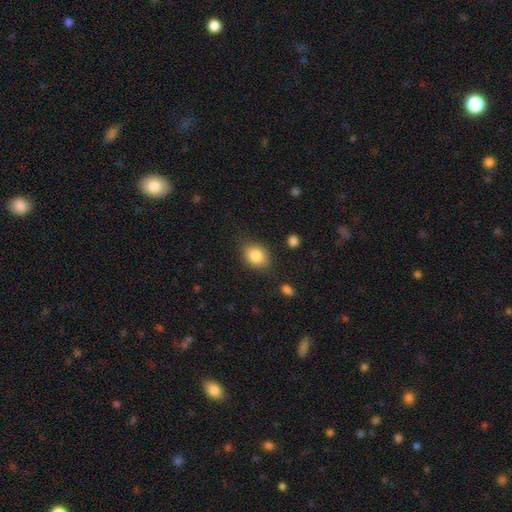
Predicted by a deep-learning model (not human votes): smooth_or_featured: smooth (p=0.84) [alt: star or artifact p=0.08]
how_rounded: in between (p=0.64) [alt: round p=0.35]
merging: none (p=0.77) [alt: minor disturbance p=0.16]